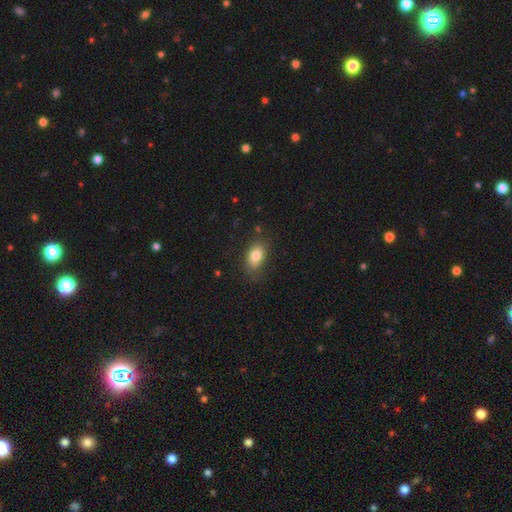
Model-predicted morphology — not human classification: Smooth or featured? smooth (82%)
How rounded? in between (86%)
Merging? none (73%)